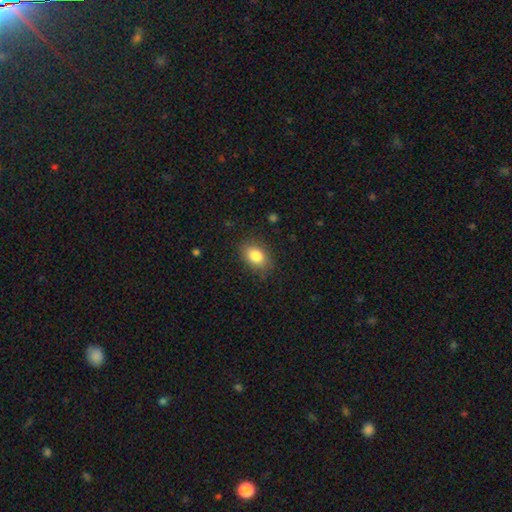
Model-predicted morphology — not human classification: smooth 84%, star or artifact 8%, featured or disk 8%. Down the decision tree: how rounded — in between (81%); merging — none (83%).